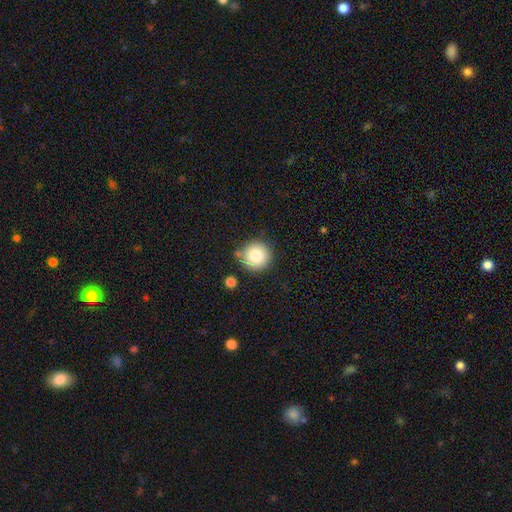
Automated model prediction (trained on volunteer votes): Overall: smooth (81%). How rounded: round (95%). Merging: none (79%).